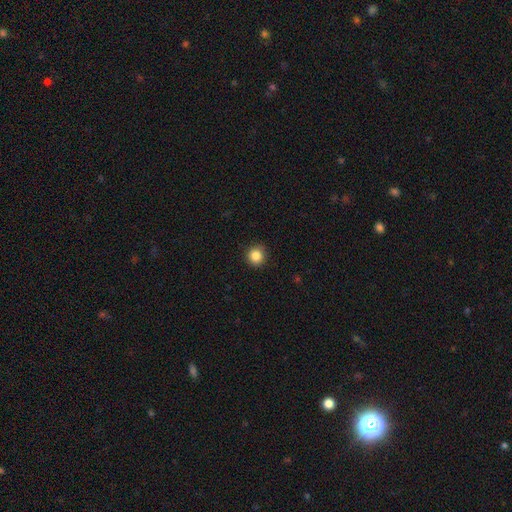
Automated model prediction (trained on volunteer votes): The model was most divided on "smooth or featured": smooth: 86%, star or artifact: 10%, featured or disk: 4%. More confident: how rounded — round (93%); merging — none (90%).